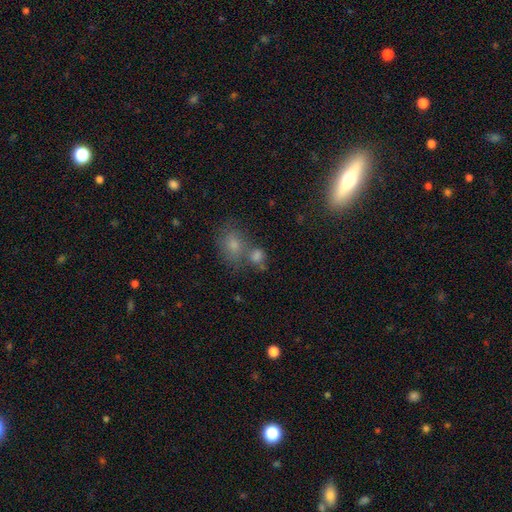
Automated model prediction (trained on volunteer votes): Morphology: type=smooth (62%); roundness=in between (53%); merging=none (56%).